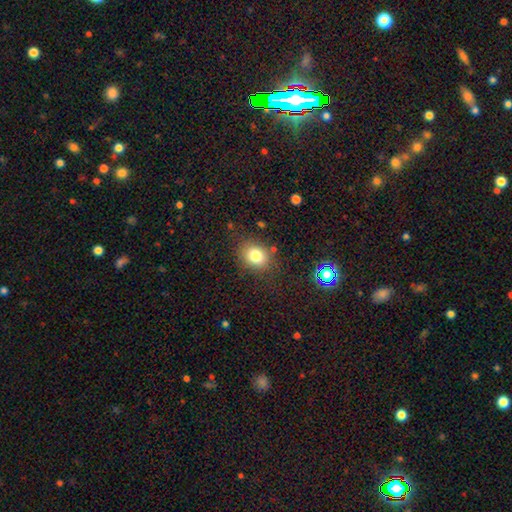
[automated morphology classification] type=smooth (80%); roundness=round (57%); merging=none (80%).